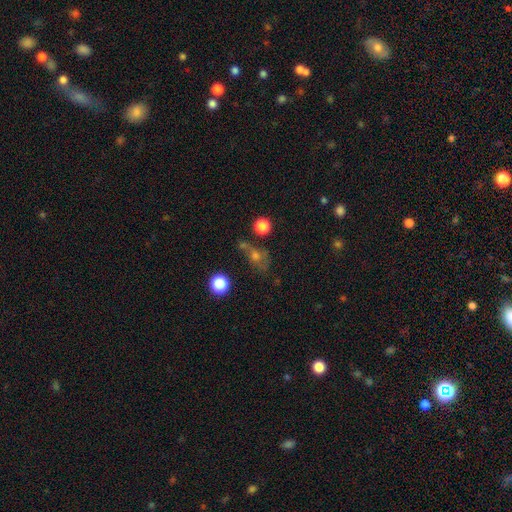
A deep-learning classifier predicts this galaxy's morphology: smooth_or_featured: smooth (p=0.53) [alt: star or artifact p=0.24]
how_rounded: round (p=0.53) [alt: in between p=0.42]
merging: none (p=0.43) [alt: major disturbance p=0.20]